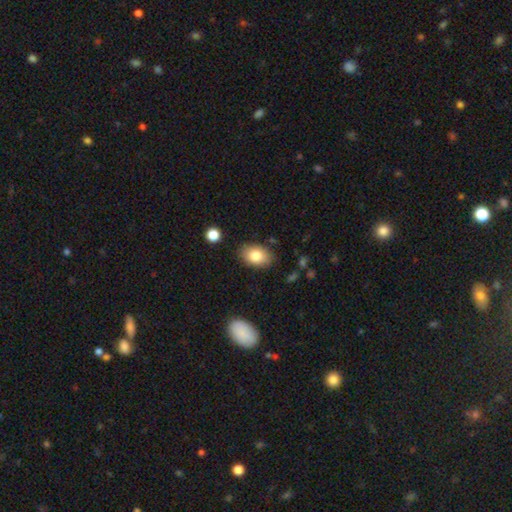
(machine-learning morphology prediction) A smooth galaxy with no disk features (81%) that is in between round and cigar-shaped (83%). Merging: none (83%).